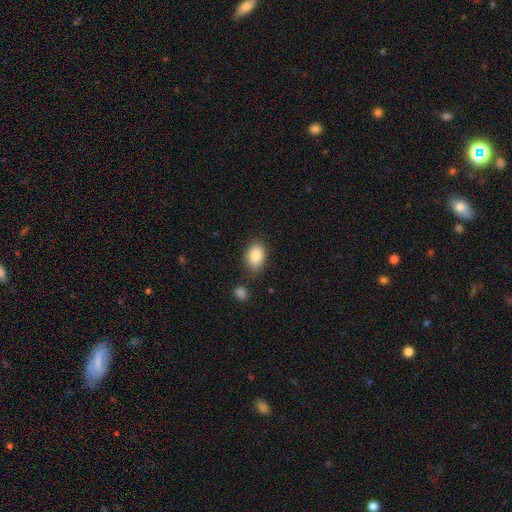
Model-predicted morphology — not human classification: Q: Smooth or featured?
A: smooth (86%); runner-up: star or artifact (7%)
Q: How rounded?
A: in between (87%); runner-up: round (12%)
Q: Merging?
A: none (75%); runner-up: minor disturbance (16%)